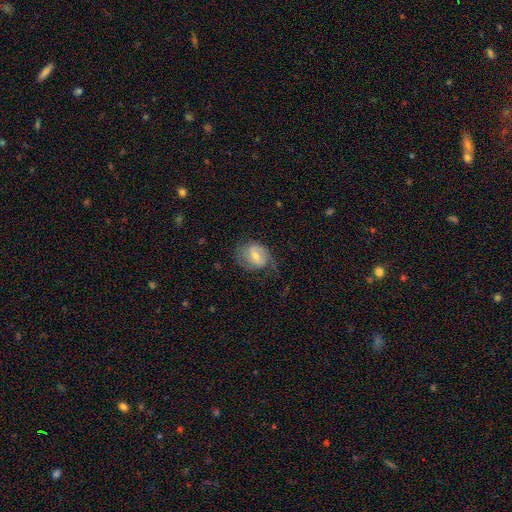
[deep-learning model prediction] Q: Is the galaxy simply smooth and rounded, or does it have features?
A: featured or disk — 50%.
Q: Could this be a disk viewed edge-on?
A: no — 96%.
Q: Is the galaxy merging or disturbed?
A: none — 52%.